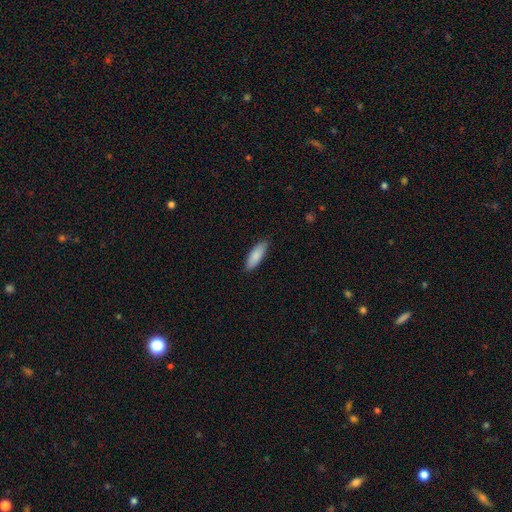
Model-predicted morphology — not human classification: Smooth or featured? smooth (87%)
How rounded? in between (57%)
Merging? none (88%)